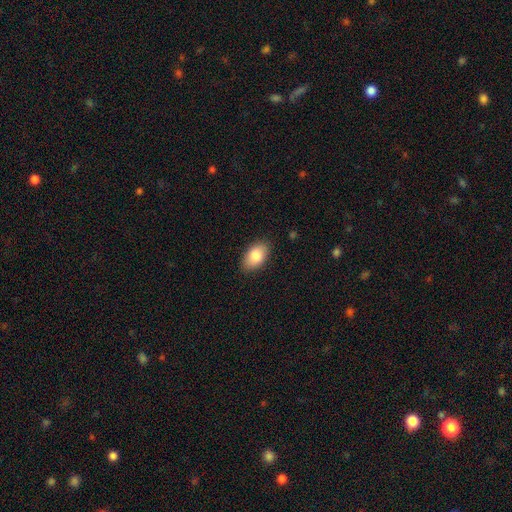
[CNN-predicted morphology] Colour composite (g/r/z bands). It shows a smooth galaxy with no disk features (84%) that is in between round and cigar-shaped (93%). Merging: none (86%).